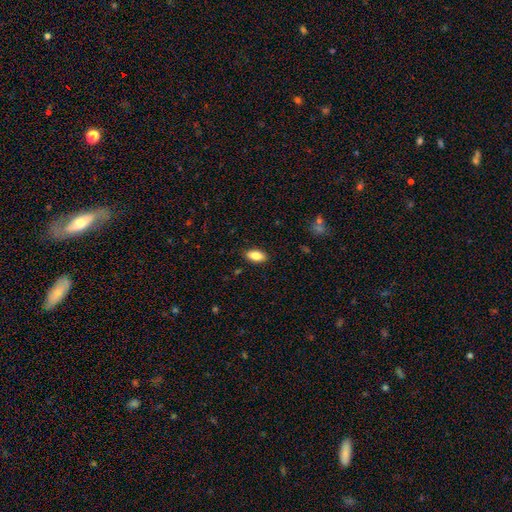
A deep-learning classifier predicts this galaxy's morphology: smooth-or-featured: smooth: 86% | featured or disk: 7% | star or artifact: 7%
  how-rounded: in between: 91% | cigar-shaped: 7% | round: 3%
  merging: none: 88% | minor disturbance: 9% | major disturbance: 2% | merger: 1%